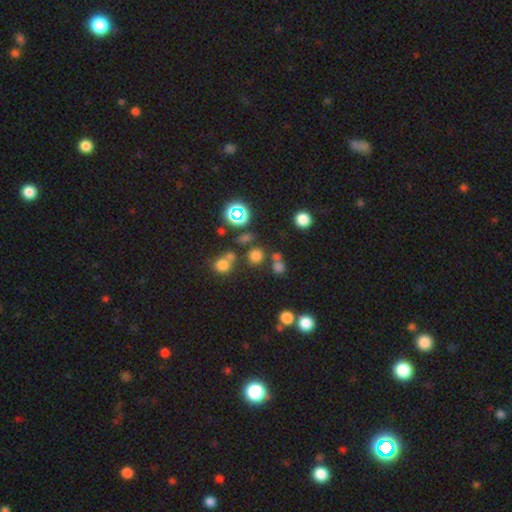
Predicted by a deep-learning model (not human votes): Q: Smooth or featured?
A: smooth (66%); runner-up: star or artifact (26%)
Q: How rounded?
A: round (88%); runner-up: in between (11%)
Q: Merging?
A: none (67%); runner-up: merger (20%)